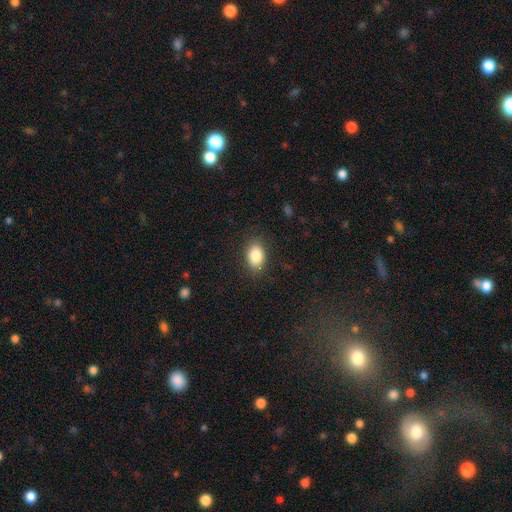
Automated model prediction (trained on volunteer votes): Morphology: type=smooth (86%); roundness=in between (84%); merging=none (85%).